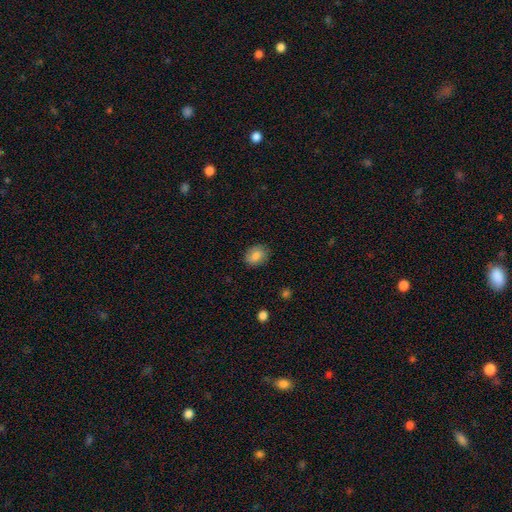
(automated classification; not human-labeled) Overall: smooth (81%). How rounded: in between (57%; round 42%). Merging: none (84%).